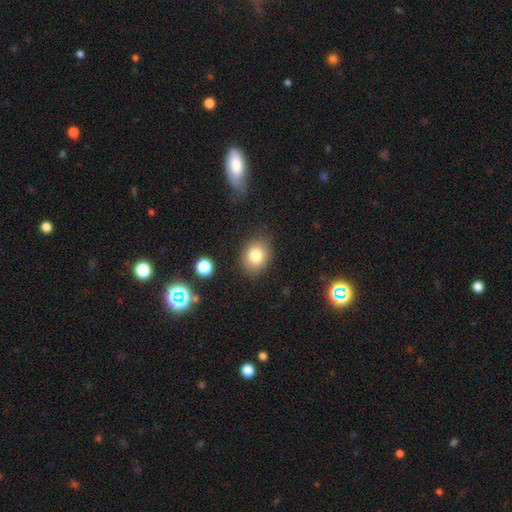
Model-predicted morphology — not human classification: smooth 81%, star or artifact 10%, featured or disk 9%. Down the decision tree: how rounded — in between (51%); merging — none (82%).